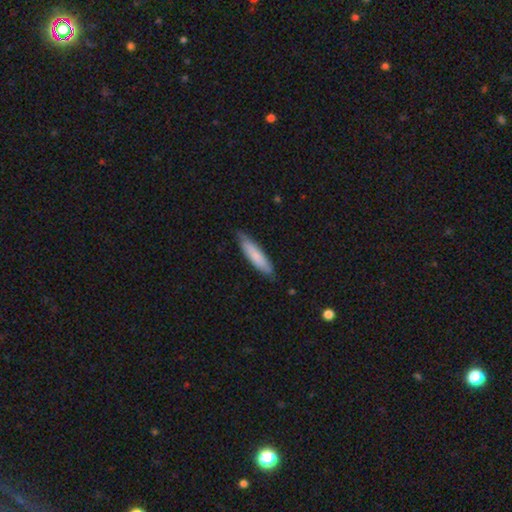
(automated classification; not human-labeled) A smooth galaxy with no disk features (75%) that is cigar-shaped (72%). Merging: none (77%).